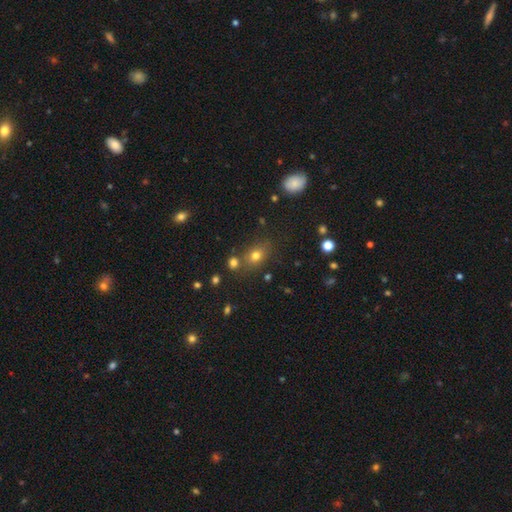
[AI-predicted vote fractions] The model was most divided on "how rounded": in between: 53%, round: 45%, cigar-shaped: 2%. More confident: smooth or featured — smooth (72%); merging — none (70%).